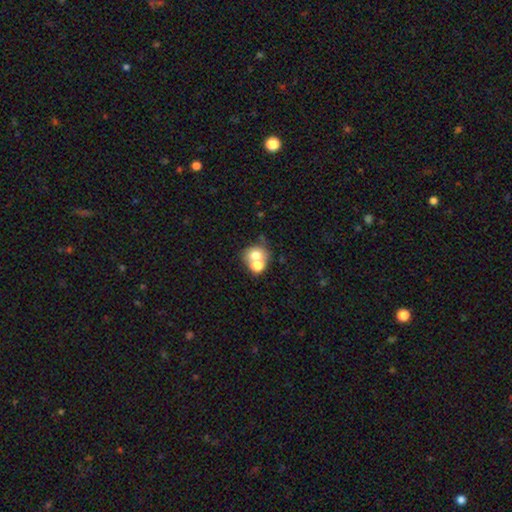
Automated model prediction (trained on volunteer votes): A smooth galaxy with no disk features (68%) that is round (70%).

Vote fractions:
- Smooth or featured? smooth: 68% / featured or disk: 20% / star or artifact: 11%
- How rounded? round: 70% / in between: 29% / cigar-shaped: 1%
- Merging? merger: 57% / none: 32% / minor disturbance: 7% / major disturbance: 4%